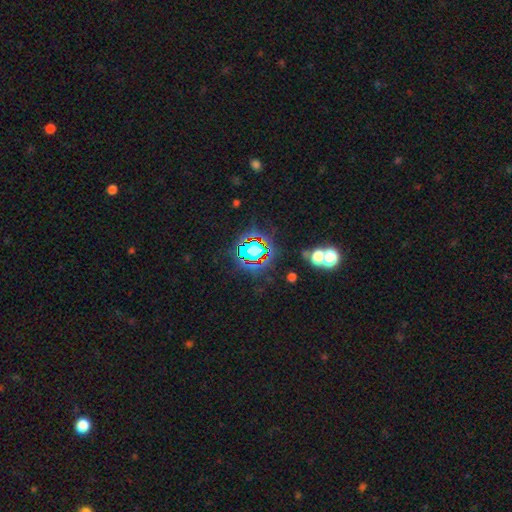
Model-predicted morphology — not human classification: Smooth or featured? Predicted: star or artifact (p=0.80).